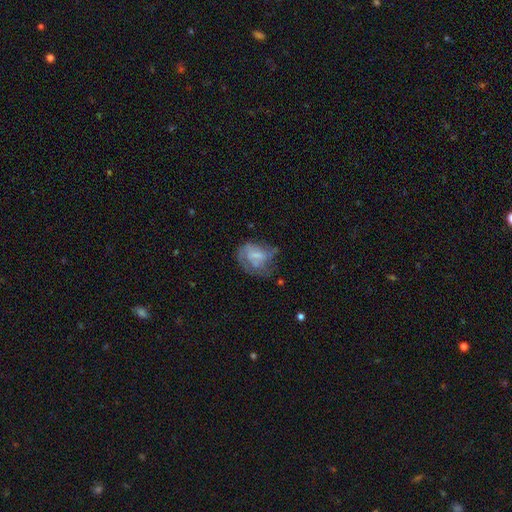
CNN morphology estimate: featured or disk 53%, smooth 37%, star or artifact 9%. Down the decision tree: edge-on disk — no (97%); bar — no (53%); spiral arms — yes (56%); bulge size — small (42%); merging — none (40%).